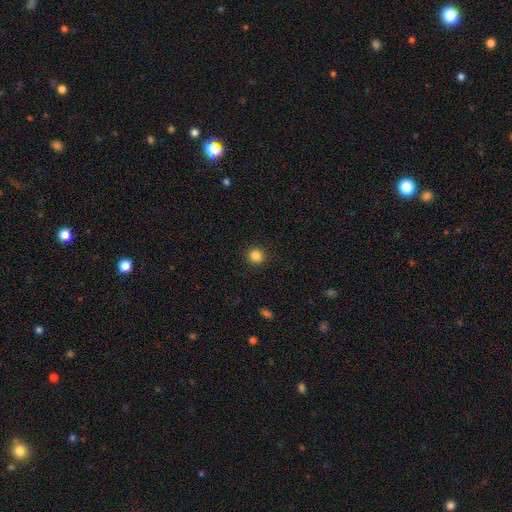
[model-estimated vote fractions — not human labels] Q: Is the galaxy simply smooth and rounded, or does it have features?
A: smooth — 85%.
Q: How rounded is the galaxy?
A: round — 93%.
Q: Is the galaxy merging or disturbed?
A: none — 92%.